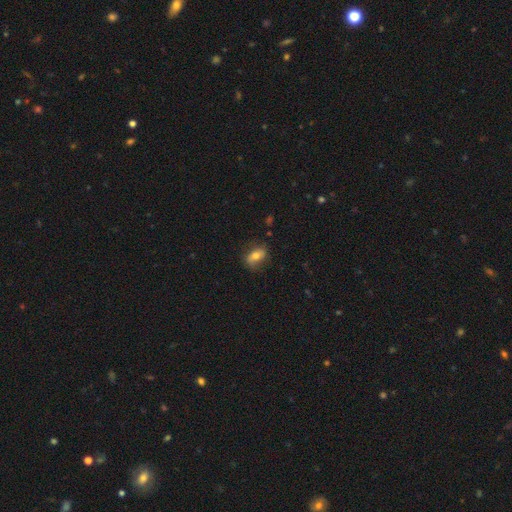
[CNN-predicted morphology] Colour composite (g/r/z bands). It shows a smooth galaxy with no disk features (63%) that is in between round and cigar-shaped (79%). Merging: none (72%).